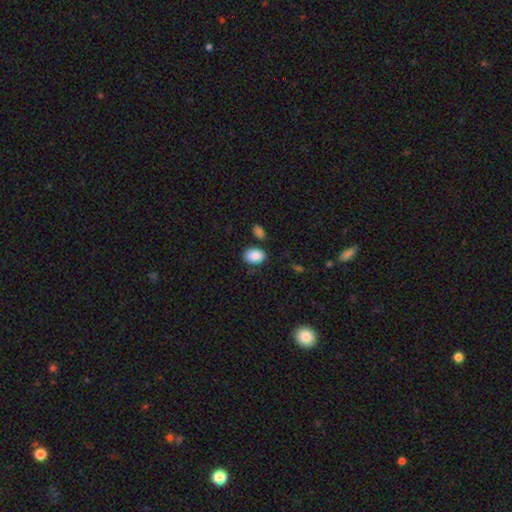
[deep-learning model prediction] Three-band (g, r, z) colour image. It shows a smooth galaxy with no disk features (89%) that is in between round and cigar-shaped (81%). Merging: none (79%).